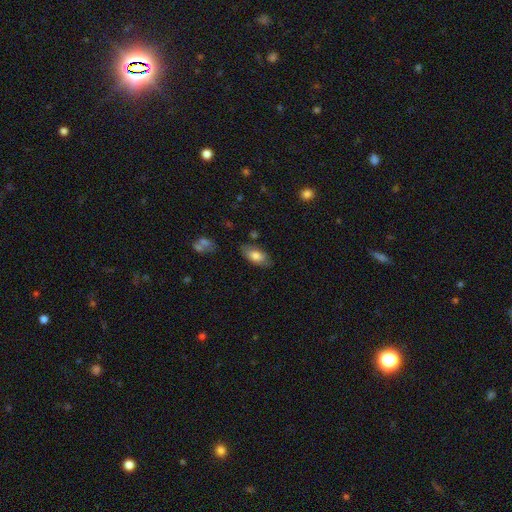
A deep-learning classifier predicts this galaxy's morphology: smooth 76%, featured or disk 17%, star or artifact 7%. Down the decision tree: how rounded — in between (91%); merging — none (76%).